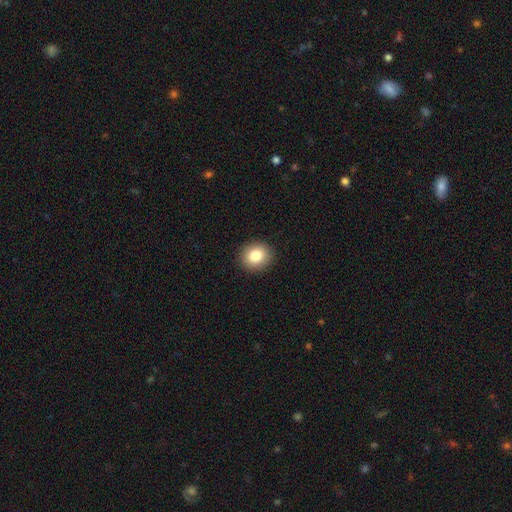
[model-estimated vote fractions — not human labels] Morphology: type=smooth (83%); roundness=round (78%); merging=none (92%).